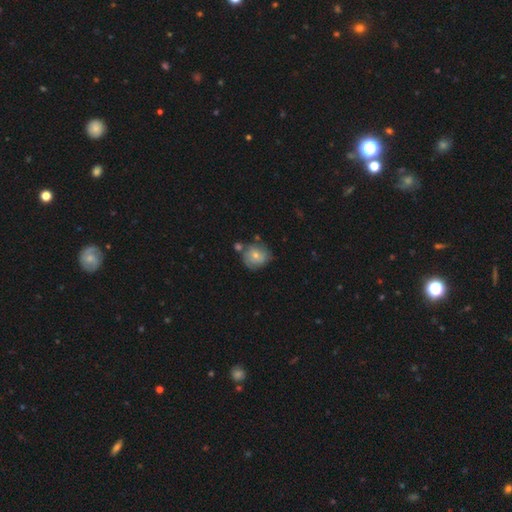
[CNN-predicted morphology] Smooth or featured? smooth (51%)
How rounded? round (81%)
Merging? none (56%)